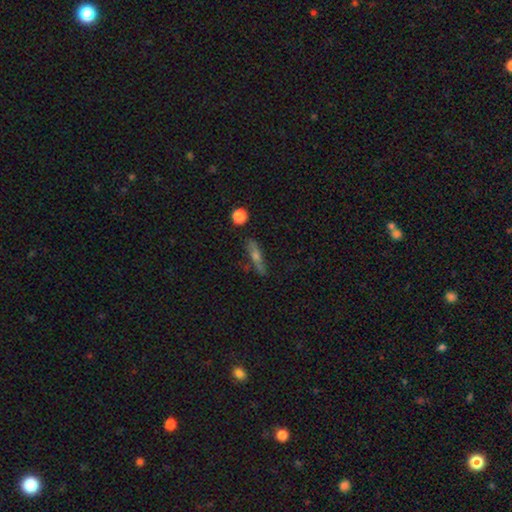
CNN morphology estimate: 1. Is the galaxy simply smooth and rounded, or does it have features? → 47% featured or disk, 43% smooth, 10% star or artifact.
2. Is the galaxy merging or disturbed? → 73% none, 18% minor disturbance, 5% major disturbance, 4% merger.